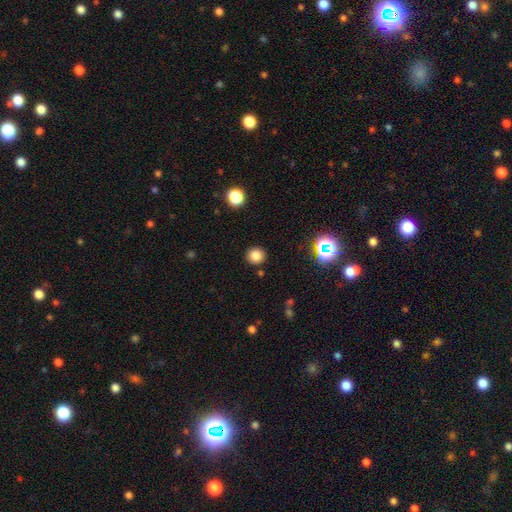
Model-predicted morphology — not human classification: smooth-or-featured: smooth: 81% | star or artifact: 14% | featured or disk: 5%
  how-rounded: round: 90% | in between: 9% | cigar-shaped: 1%
  merging: none: 90% | minor disturbance: 6% | major disturbance: 2% | merger: 2%